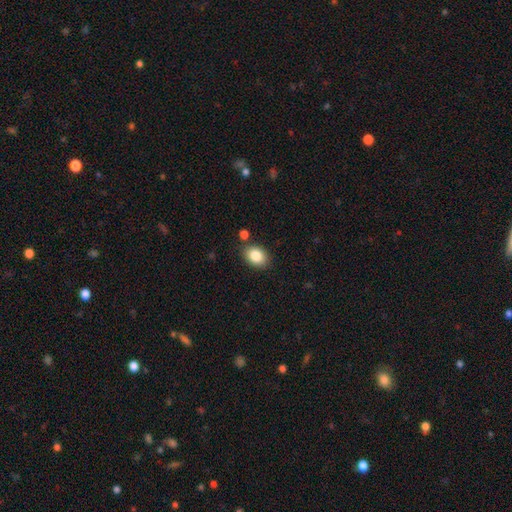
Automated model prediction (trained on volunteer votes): Smooth or featured? smooth (86%)
How rounded? in between (72%)
Merging? none (82%)